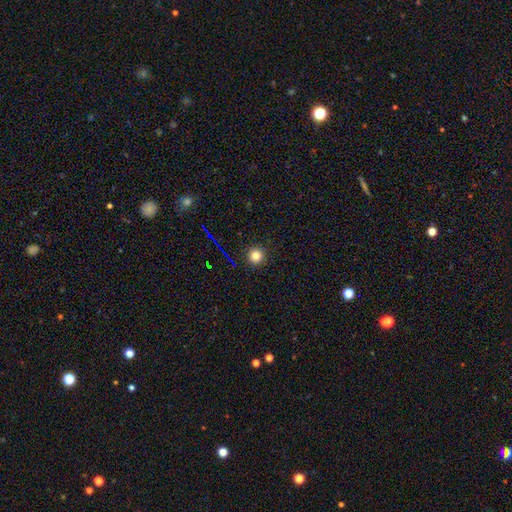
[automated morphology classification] A smooth galaxy with no disk features (81%) that is round (96%).

Vote fractions:
- Smooth or featured? smooth: 81% / star or artifact: 14% / featured or disk: 6%
- How rounded? round: 96% / in between: 3% / cigar-shaped: 1%
- Merging? none: 93% / minor disturbance: 5% / major disturbance: 2% / merger: 1%